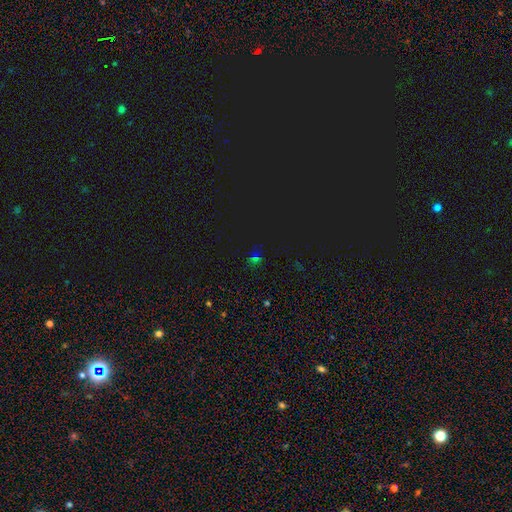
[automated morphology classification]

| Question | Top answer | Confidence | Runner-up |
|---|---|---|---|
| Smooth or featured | star or artifact | 62% | smooth (30%) |